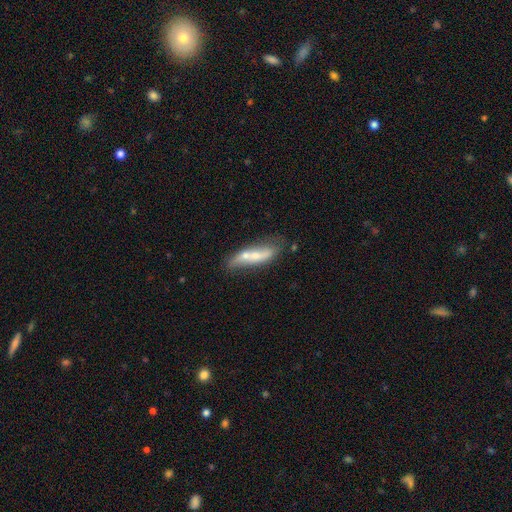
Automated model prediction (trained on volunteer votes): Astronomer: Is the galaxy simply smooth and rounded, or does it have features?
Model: featured or disk — 50% (runner-up: smooth, 43%).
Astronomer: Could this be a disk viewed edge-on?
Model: no — 65%.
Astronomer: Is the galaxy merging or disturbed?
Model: none — 45% (runner-up: merger, 23%).